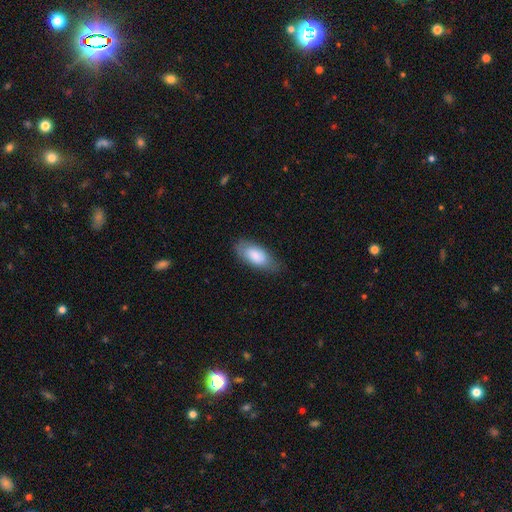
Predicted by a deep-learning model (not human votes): This is clearly a smooth galaxy (80%). How rounded: clearly in between (89%). Merging: likely none (74%).